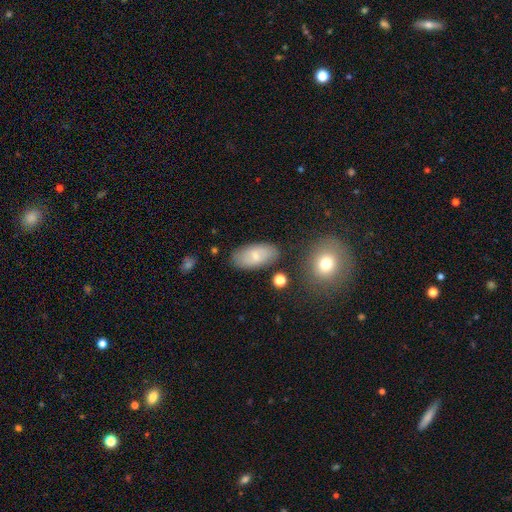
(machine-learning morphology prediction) This is likely a smooth galaxy (69%). How rounded: clearly in between (93%). Merging: likely none (79%).